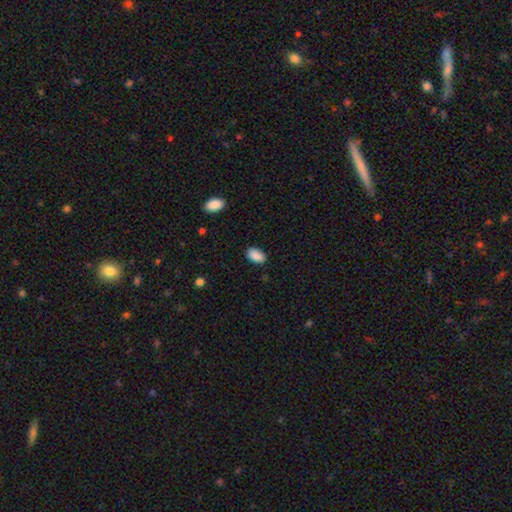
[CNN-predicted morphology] type=smooth (89%); roundness=in between (93%); merging=none (86%).